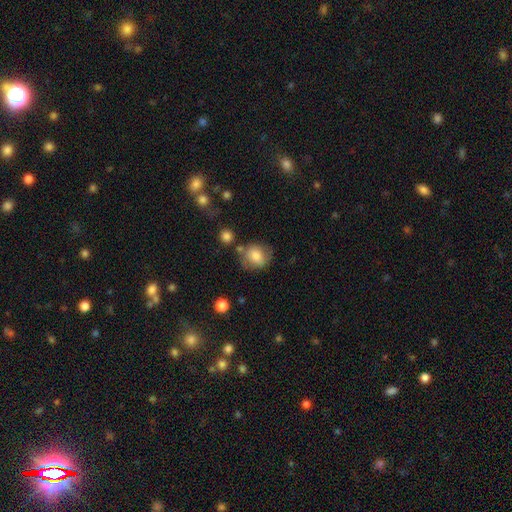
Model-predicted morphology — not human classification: smooth-or-featured: smooth: 75% | featured or disk: 16% | star or artifact: 8%
  how-rounded: round: 71% | in between: 28% | cigar-shaped: 1%
  merging: none: 67% | minor disturbance: 19% | merger: 7% | major disturbance: 7%